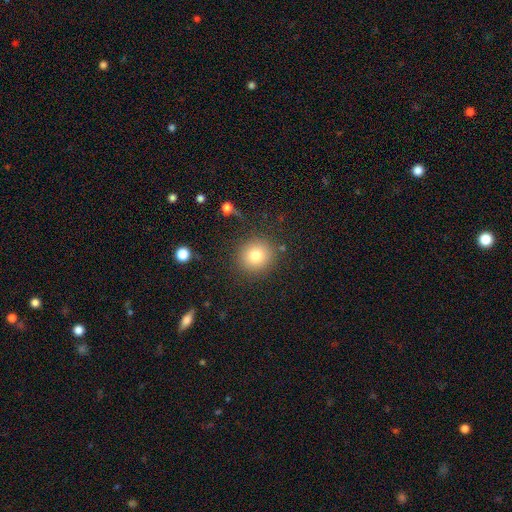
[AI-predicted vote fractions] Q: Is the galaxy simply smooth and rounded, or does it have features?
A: smooth — 79%.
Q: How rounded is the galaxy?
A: round — 90%.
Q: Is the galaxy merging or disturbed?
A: none — 86%.